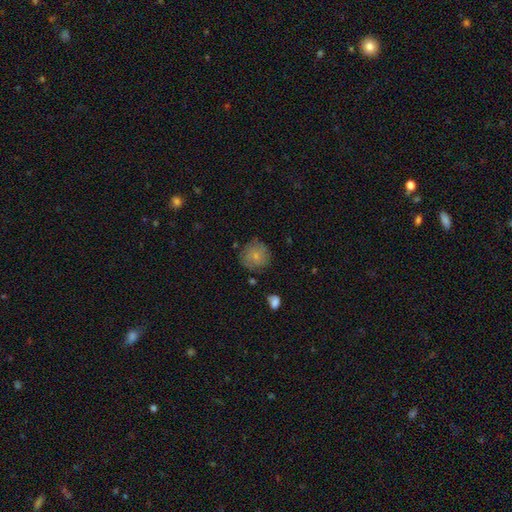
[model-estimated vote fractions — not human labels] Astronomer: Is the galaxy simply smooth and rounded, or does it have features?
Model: smooth — 65%.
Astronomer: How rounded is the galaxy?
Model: round — 90%.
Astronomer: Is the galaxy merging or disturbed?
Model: none — 74%.